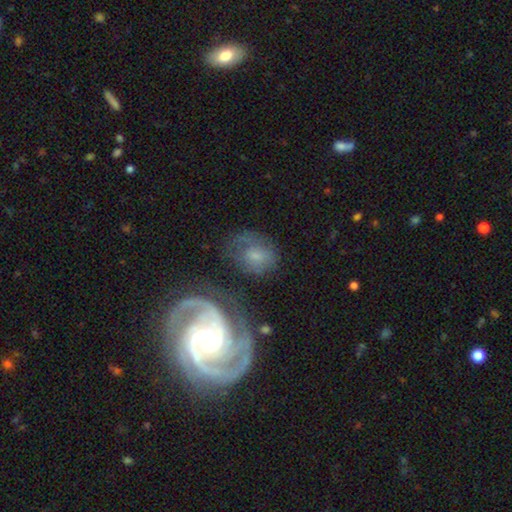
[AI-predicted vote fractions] This appears to be a featured or disk galaxy (51%). Merging: none (48%).